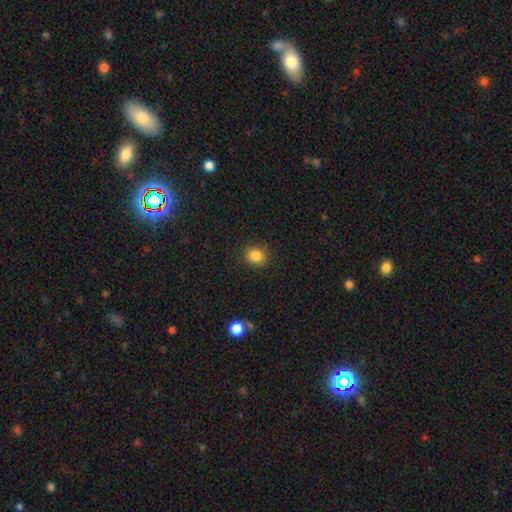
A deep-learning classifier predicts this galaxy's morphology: Smooth or featured? Predicted: smooth (p=0.85). How rounded? Predicted: round (p=0.70). Merging? Predicted: none (p=0.86).